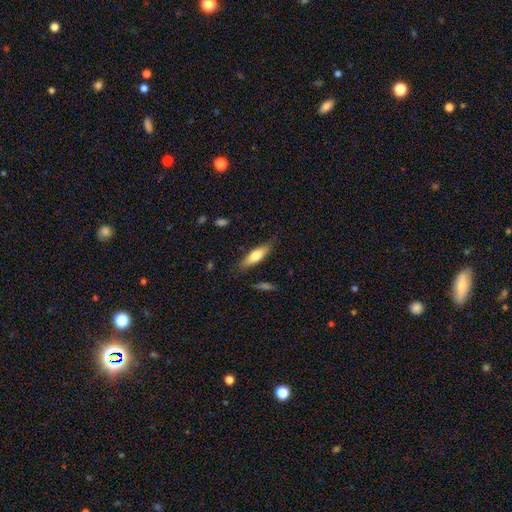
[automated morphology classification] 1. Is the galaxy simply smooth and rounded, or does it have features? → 67% smooth, 27% featured or disk, 6% star or artifact.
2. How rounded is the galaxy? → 53% cigar-shaped, 44% in between, 2% round.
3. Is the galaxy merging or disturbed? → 79% none, 16% minor disturbance, 3% major disturbance, 2% merger.